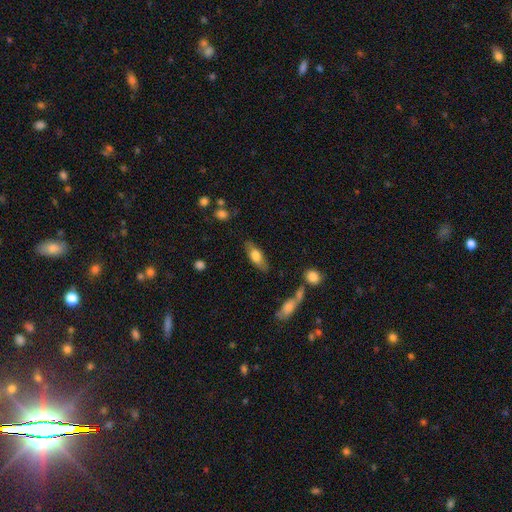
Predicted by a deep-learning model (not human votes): Overall: smooth (65%; featured or disk 28%). How rounded: in between (69%). Merging: none (80%).